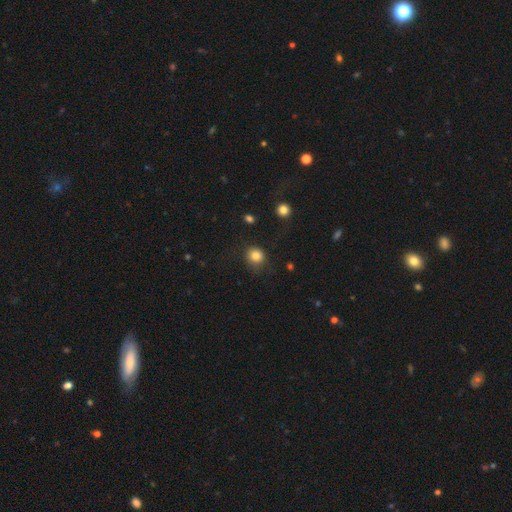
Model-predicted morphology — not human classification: Smooth or featured? smooth (83%)
How rounded? round (85%)
Merging? none (78%)